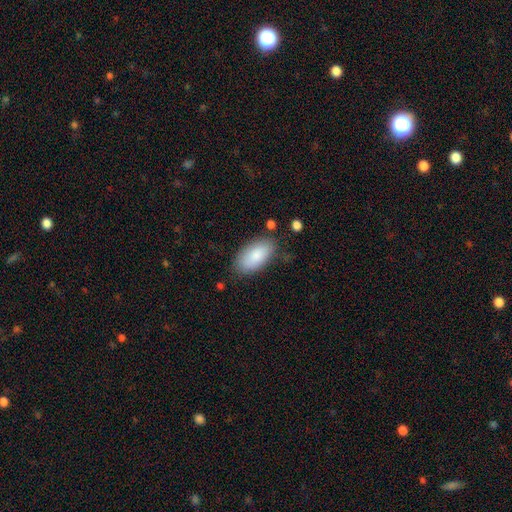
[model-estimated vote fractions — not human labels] A smooth galaxy with no disk features (85%) that is in between round and cigar-shaped (94%). Merging: none (77%).